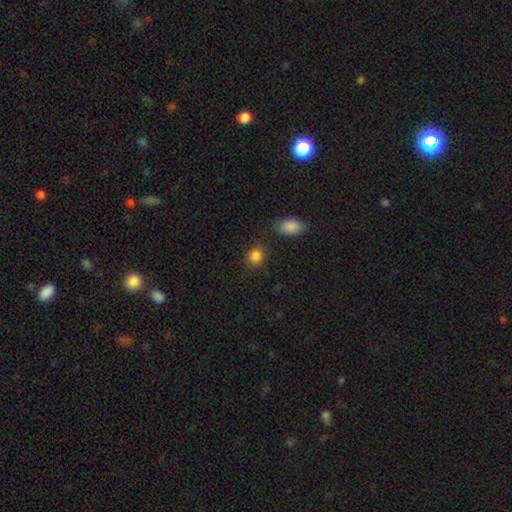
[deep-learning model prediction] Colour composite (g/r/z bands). It shows a smooth galaxy with no disk features (86%) that is round (68%). Merging: none (79%).